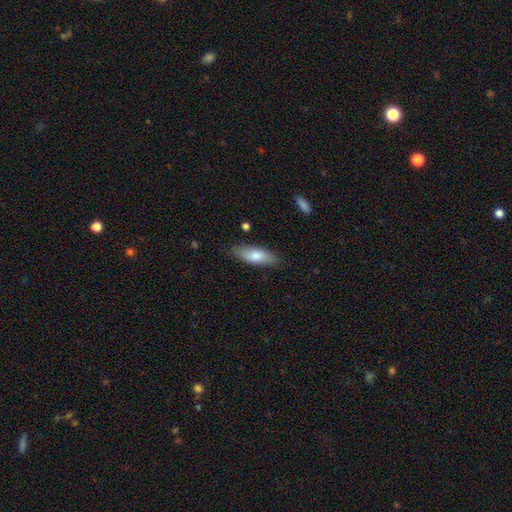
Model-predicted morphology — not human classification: Smooth or featured? Predicted: smooth (p=0.76). How rounded? Predicted: in between (p=0.67). Merging? Predicted: none (p=0.83).